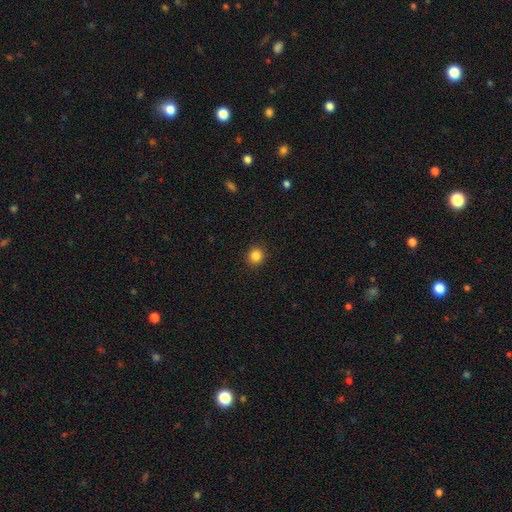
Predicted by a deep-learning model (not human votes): smooth_or_featured: smooth (p=0.85) [alt: star or artifact p=0.11]
how_rounded: round (p=0.87) [alt: in between p=0.12]
merging: none (p=0.91) [alt: minor disturbance p=0.06]